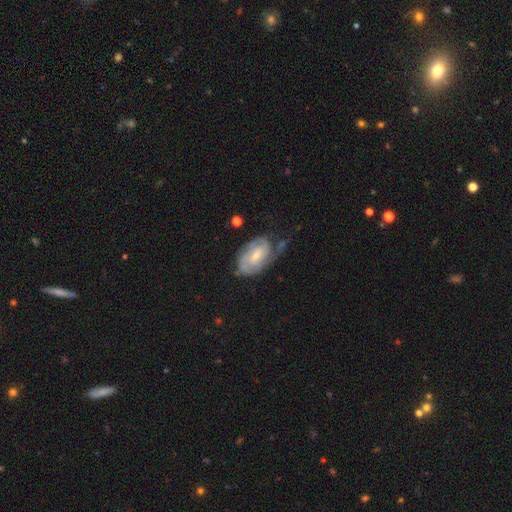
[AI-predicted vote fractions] Overall: featured or disk (74%). Edge-on disk: no (96%). Bar: weak (45%; no 44%). Spiral arms: yes (90%). Spiral arm count: 2 (38%; can't tell 35%). Spiral winding: tight (59%; medium 31%). Bulge size: small (59%; moderate 37%). Merging: none (49%; minor disturbance 29%).